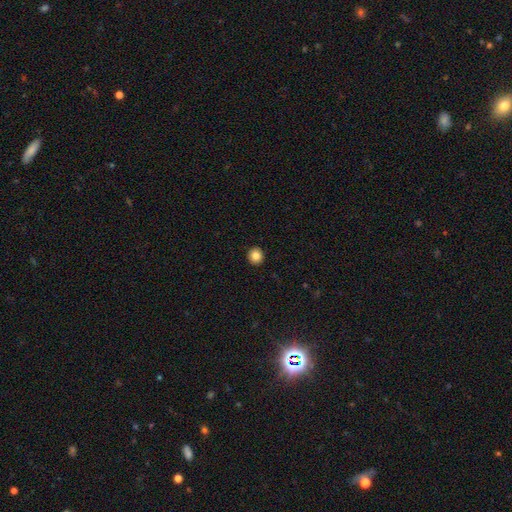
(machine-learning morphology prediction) This is clearly a smooth galaxy (84%). How rounded: clearly round (90%). Merging: clearly none (93%).